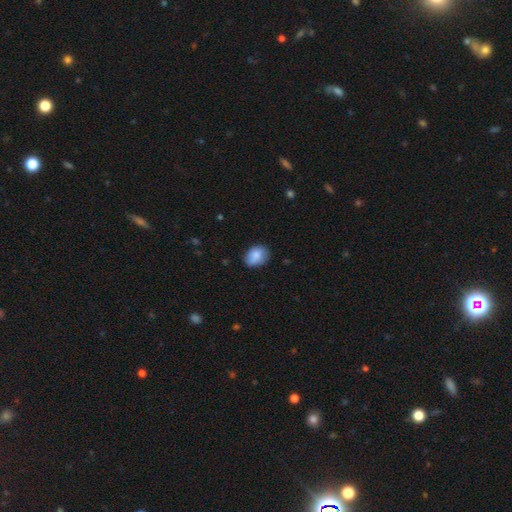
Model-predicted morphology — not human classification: Smooth or featured: smooth — 85% (featured or disk — 8%)
How rounded: in between — 62% (round — 37%)
Merging: none — 72% (minor disturbance — 23%)